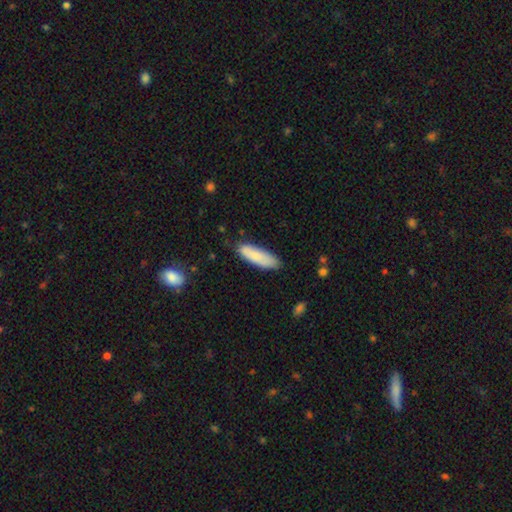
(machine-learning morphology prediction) This appears to be a smooth galaxy with no disk features (83%) that is cigar-shaped (53%). Merging: none (77%).